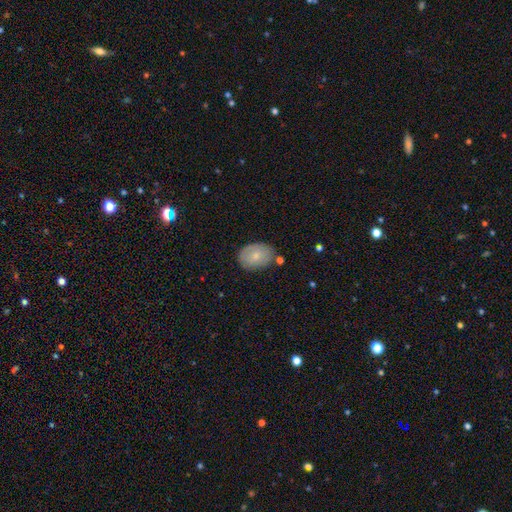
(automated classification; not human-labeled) Q: Smooth or featured?
A: smooth (72%); runner-up: featured or disk (21%)
Q: How rounded?
A: in between (81%); runner-up: round (18%)
Q: Merging?
A: none (76%); runner-up: minor disturbance (16%)